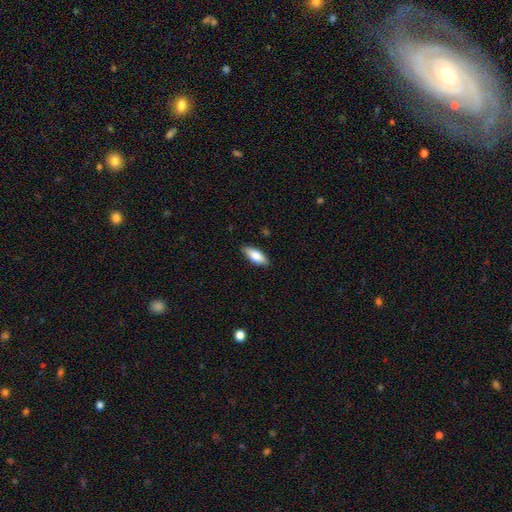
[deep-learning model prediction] Smooth or featured?
  - smooth: 81% *
  - featured or disk: 13%
  - star or artifact: 6%
How rounded?
  - in between: 75% *
  - cigar-shaped: 23%
  - round: 2%
Merging?
  - none: 87% *
  - minor disturbance: 10%
  - major disturbance: 2%
  - merger: 1%